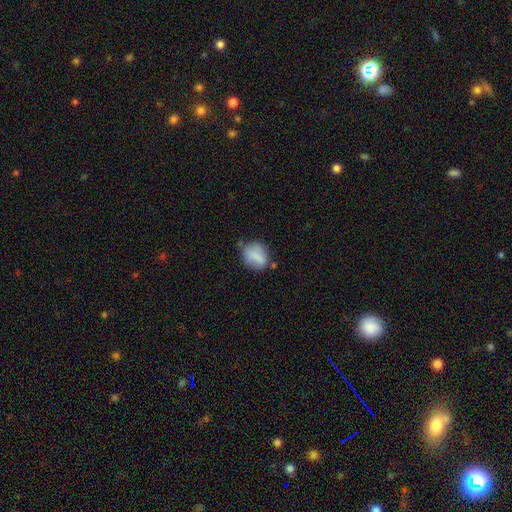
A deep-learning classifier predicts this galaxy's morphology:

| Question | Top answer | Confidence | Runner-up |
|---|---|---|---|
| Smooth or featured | smooth | 79% | featured or disk (12%) |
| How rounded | in between | 53% | round (45%) |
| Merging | none | 58% | minor disturbance (27%) |